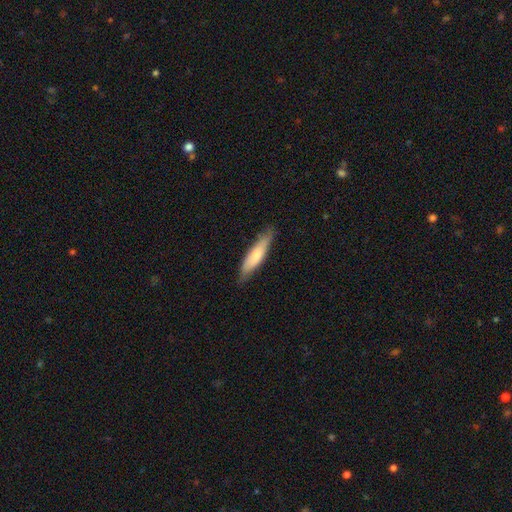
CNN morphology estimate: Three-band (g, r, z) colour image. It shows a smooth galaxy with no disk features (73%) that is cigar-shaped (77%). Merging: none (78%).